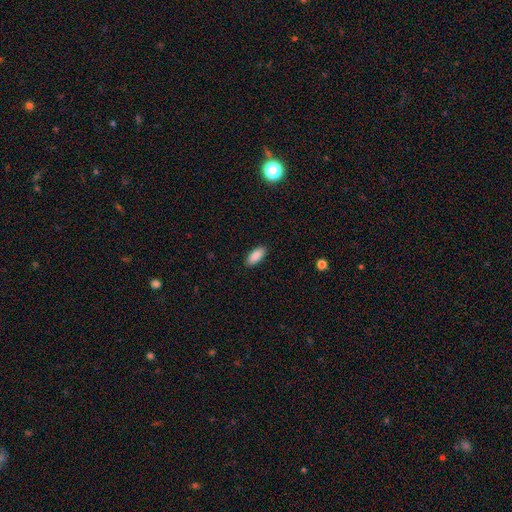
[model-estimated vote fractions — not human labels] Overall: smooth (89%). How rounded: in between (86%). Merging: none (90%).